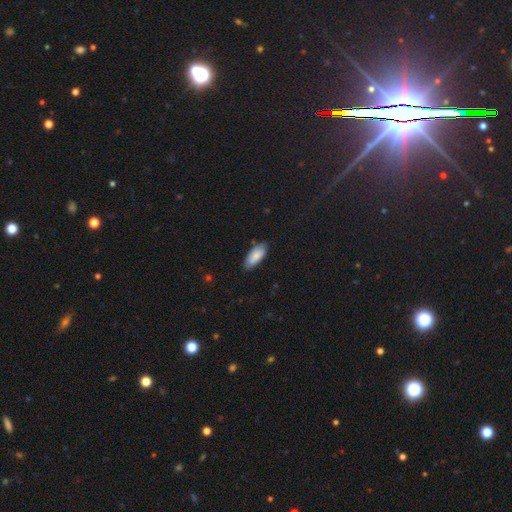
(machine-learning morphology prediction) Smooth or featured?
  - smooth: 82% *
  - featured or disk: 12%
  - star or artifact: 6%
How rounded?
  - in between: 86% *
  - cigar-shaped: 12%
  - round: 2%
Merging?
  - none: 77% *
  - minor disturbance: 18%
  - major disturbance: 3%
  - merger: 1%